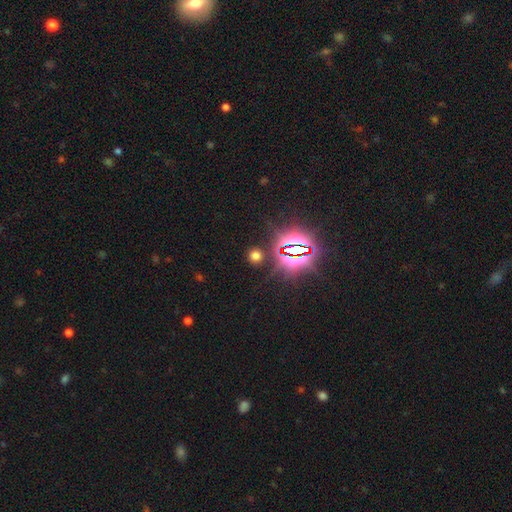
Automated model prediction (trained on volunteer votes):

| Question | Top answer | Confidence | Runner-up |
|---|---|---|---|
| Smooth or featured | smooth | 55% | star or artifact (39%) |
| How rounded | round | 88% | in between (11%) |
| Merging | none | 87% | minor disturbance (7%) |